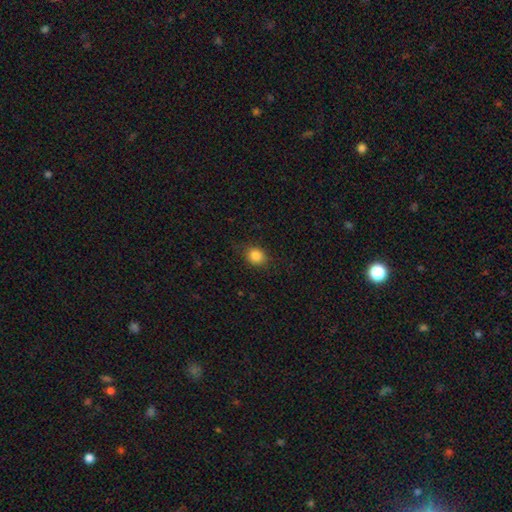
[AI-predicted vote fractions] Smooth or featured? Predicted: smooth (p=0.85). How rounded? Predicted: round (p=0.65). Merging? Predicted: none (p=0.85).